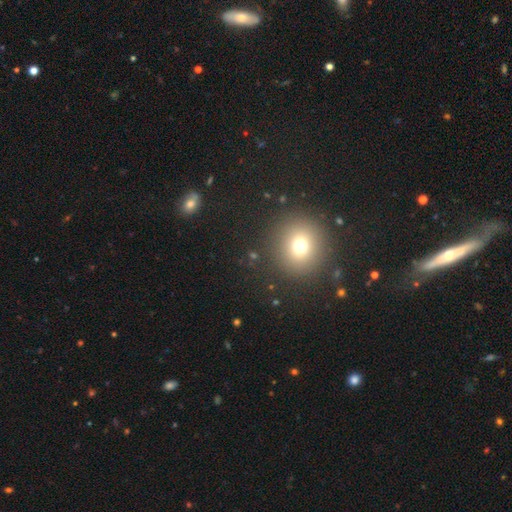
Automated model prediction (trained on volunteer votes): The model was most divided on "smooth or featured": smooth: 65%, star or artifact: 25%, featured or disk: 10%. More confident: merging — none (88%); how rounded — round (87%).